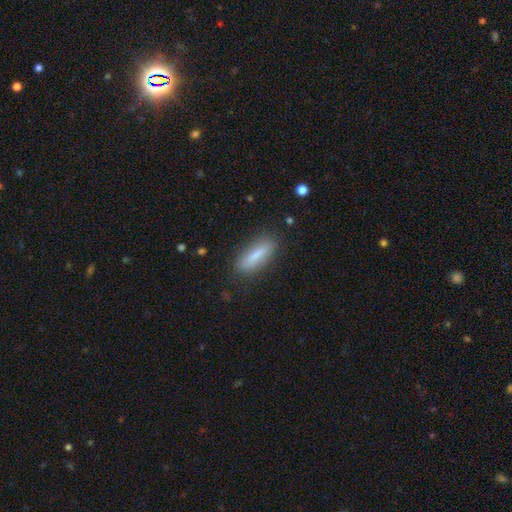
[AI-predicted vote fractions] This is likely a smooth galaxy (79%). How rounded: likely cigar-shaped (60%). Merging: clearly none (84%).